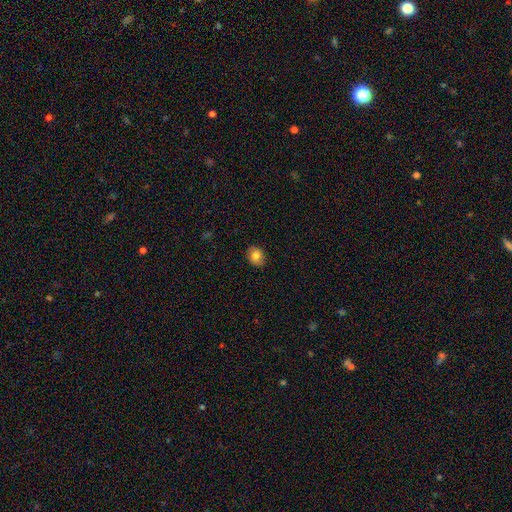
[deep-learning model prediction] Smooth or featured?
  - smooth: 81% *
  - featured or disk: 10%
  - star or artifact: 9%
How rounded?
  - round: 55% *
  - in between: 44%
  - cigar-shaped: 1%
Merging?
  - none: 88% *
  - minor disturbance: 9%
  - major disturbance: 2%
  - merger: 1%